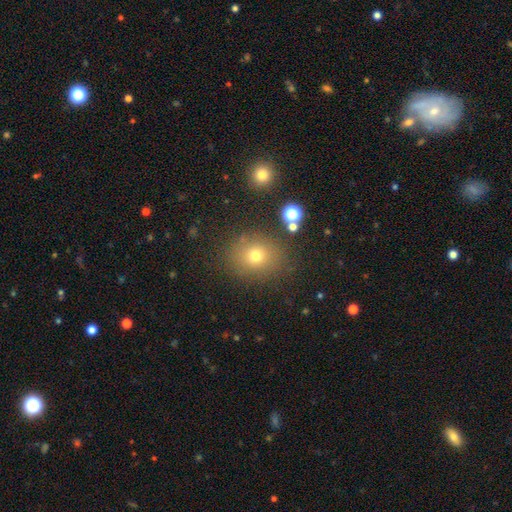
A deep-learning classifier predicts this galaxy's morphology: The model was most divided on "how rounded": round: 72%, in between: 27%, cigar-shaped: 1%. More confident: merging — none (82%); smooth or featured — smooth (70%).